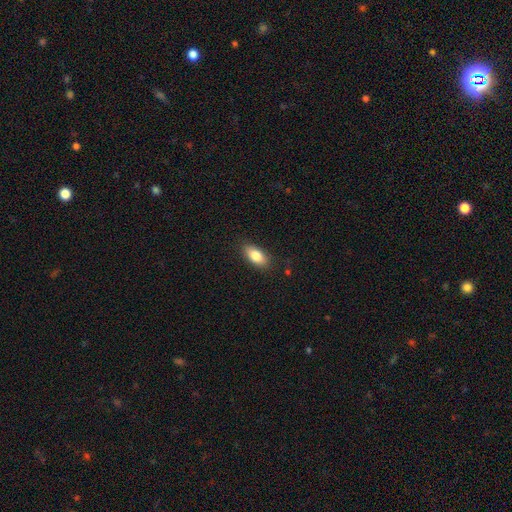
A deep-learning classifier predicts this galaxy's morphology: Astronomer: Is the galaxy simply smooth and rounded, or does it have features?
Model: smooth — 83%.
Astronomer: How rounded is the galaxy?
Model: in between — 88%.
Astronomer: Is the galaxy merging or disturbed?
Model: none — 85%.